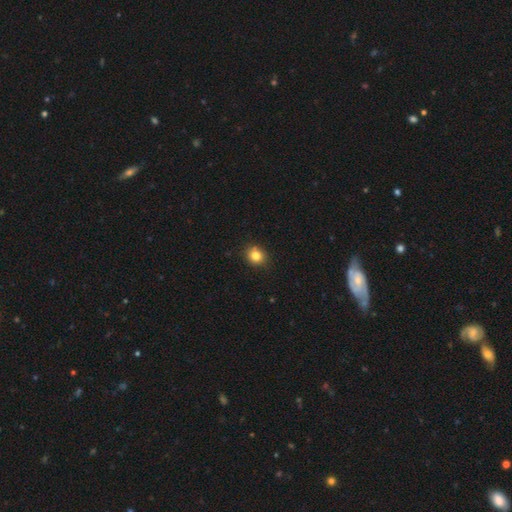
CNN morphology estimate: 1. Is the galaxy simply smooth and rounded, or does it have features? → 82% smooth, 12% star or artifact, 6% featured or disk.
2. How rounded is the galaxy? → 77% round, 22% in between, 1% cigar-shaped.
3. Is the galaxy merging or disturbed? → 85% none, 10% minor disturbance, 2% merger, 2% major disturbance.